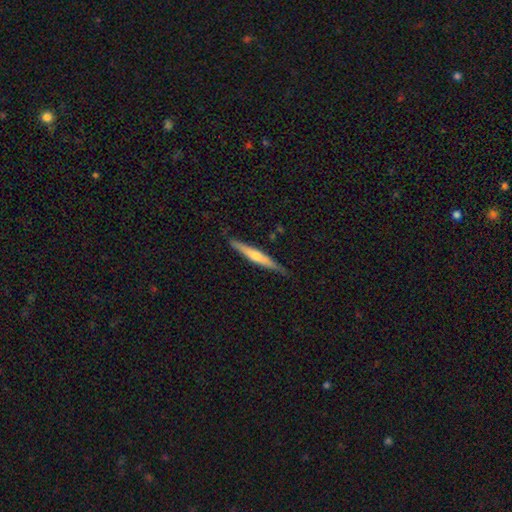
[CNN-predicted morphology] smooth_or_featured: featured or disk (p=0.58) [alt: smooth p=0.36]
disk_edge_on: yes (p=0.97) [alt: no p=0.03]
edge_on_bulge: rounded (p=0.73) [alt: none p=0.20]
merging: none (p=0.85) [alt: minor disturbance p=0.12]